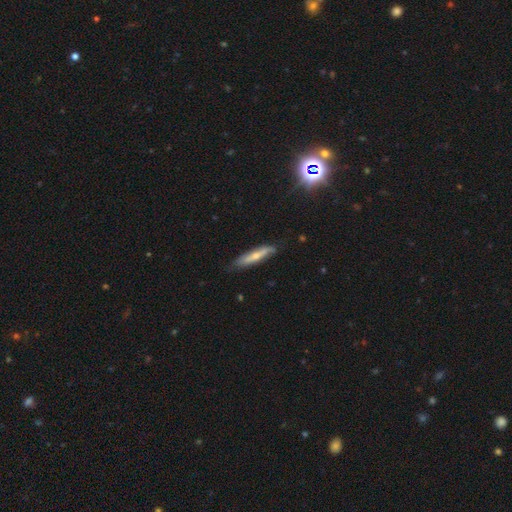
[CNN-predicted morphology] A smooth galaxy with no disk features (50%) that is cigar-shaped (84%). Merging: none (72%).